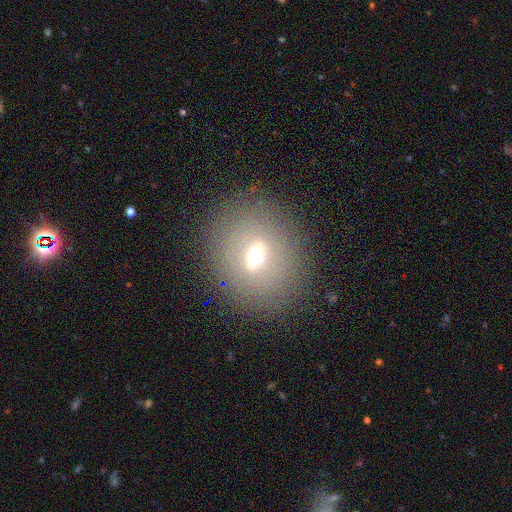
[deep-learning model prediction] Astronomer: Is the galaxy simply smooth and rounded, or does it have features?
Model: smooth — 48% (runner-up: featured or disk, 33%).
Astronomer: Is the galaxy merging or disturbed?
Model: none — 83%.